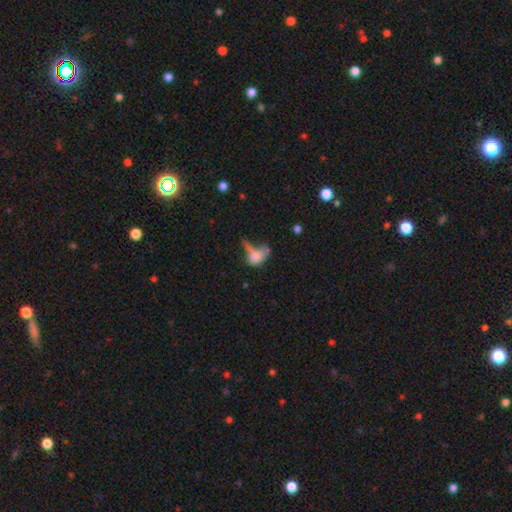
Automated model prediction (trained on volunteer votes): Overall: smooth (66%). How rounded: in between (75%). Merging: major disturbance (34%; merger 26%).